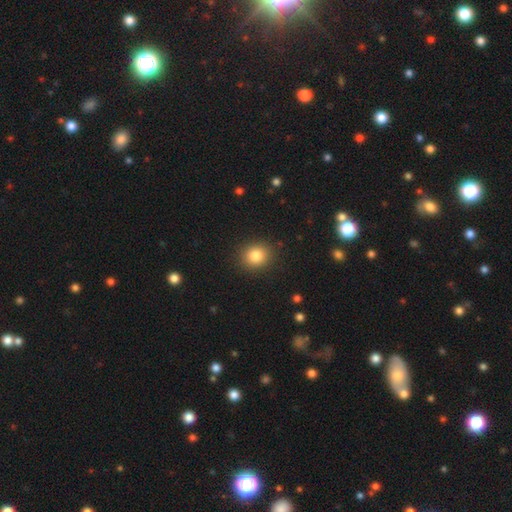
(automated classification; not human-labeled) This is clearly a smooth galaxy (83%). How rounded: likely round (77%). Merging: clearly none (90%).